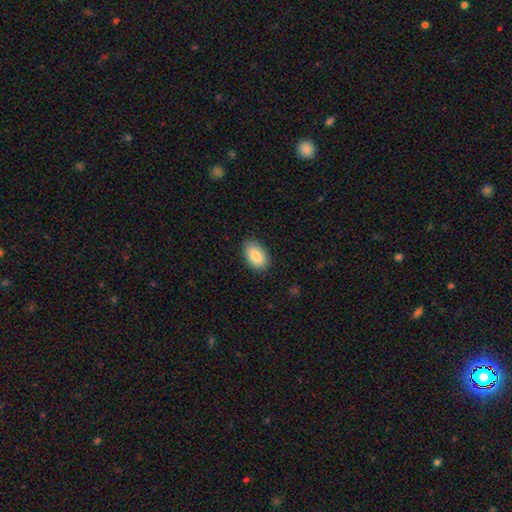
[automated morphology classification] Smooth or featured: smooth — 85% (featured or disk — 9%)
How rounded: in between — 93% (round — 5%)
Merging: none — 85% (minor disturbance — 12%)